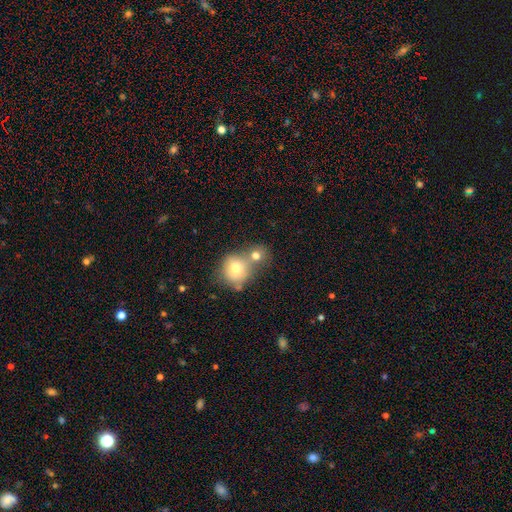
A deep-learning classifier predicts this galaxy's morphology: smooth_or_featured: smooth (p=0.73) [alt: featured or disk p=0.15]
how_rounded: round (p=0.79) [alt: in between p=0.20]
merging: merger (p=0.53) [alt: none p=0.36]